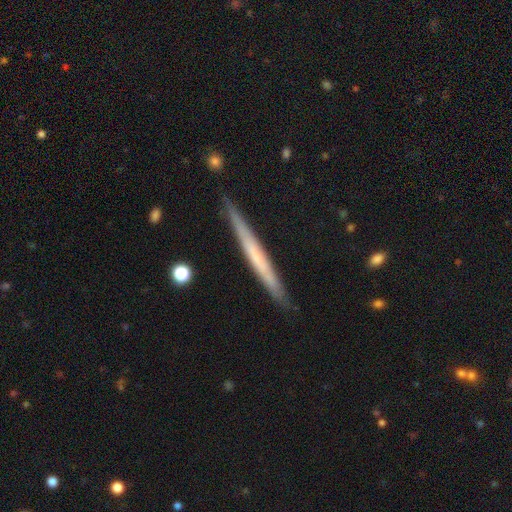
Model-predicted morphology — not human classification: Q: Smooth or featured?
A: featured or disk (52%); runner-up: smooth (43%)
Q: Edge-on disk?
A: yes (96%); runner-up: no (4%)
Q: Merging?
A: none (88%); runner-up: minor disturbance (9%)